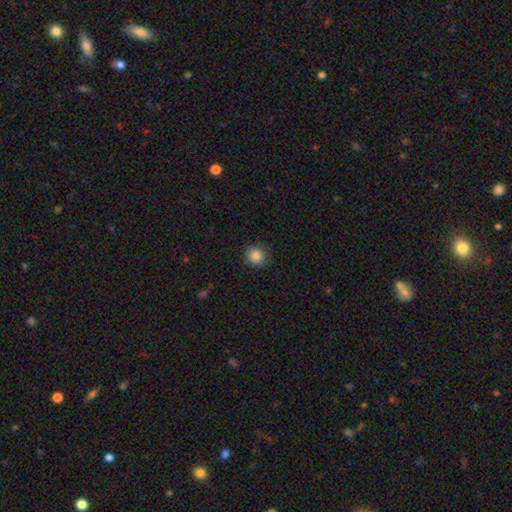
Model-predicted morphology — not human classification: Q: Smooth or featured?
A: smooth (86%); runner-up: star or artifact (11%)
Q: How rounded?
A: round (94%); runner-up: in between (5%)
Q: Merging?
A: none (89%); runner-up: minor disturbance (7%)